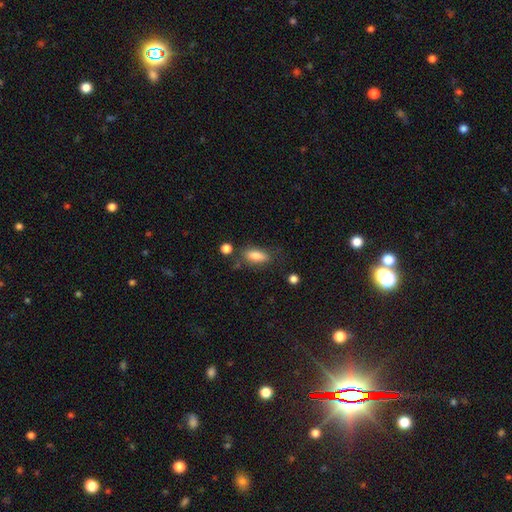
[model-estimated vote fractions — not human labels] This appears to be a smooth galaxy with no disk features (83%) that is in between round and cigar-shaped (80%). Merging: none (70%).